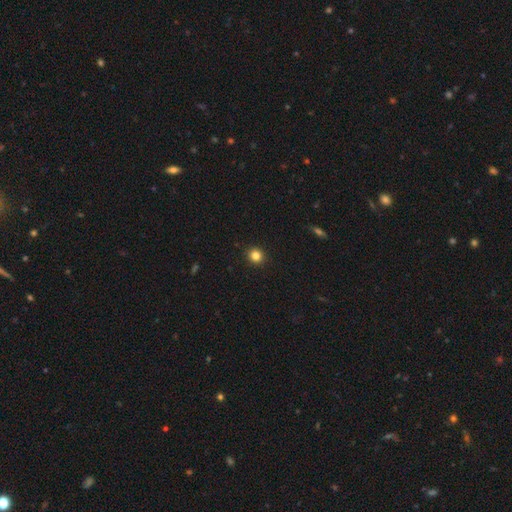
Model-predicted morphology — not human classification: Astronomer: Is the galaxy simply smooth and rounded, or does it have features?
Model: smooth — 83%.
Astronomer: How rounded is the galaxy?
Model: round — 89%.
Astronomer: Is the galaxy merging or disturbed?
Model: none — 92%.